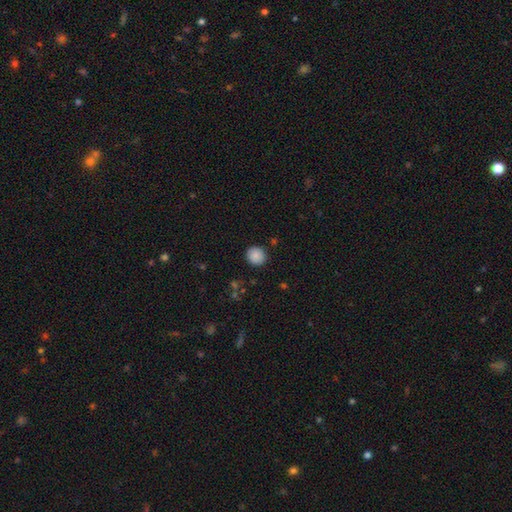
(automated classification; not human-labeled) Smooth or featured: smooth — 87% (star or artifact — 9%)
How rounded: round — 87% (in between — 13%)
Merging: none — 89% (minor disturbance — 8%)